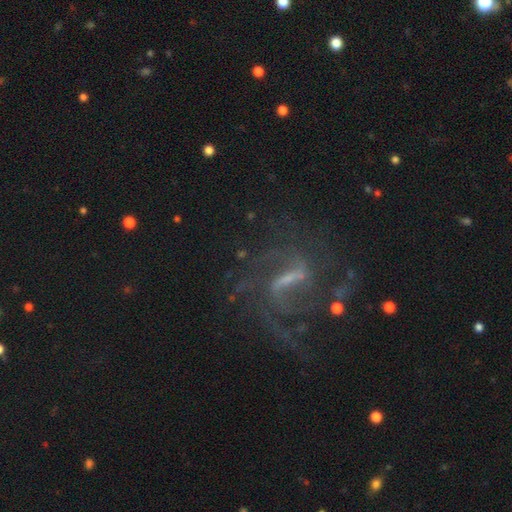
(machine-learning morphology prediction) featured or disk 77%, star or artifact 15%, smooth 7%. Down the decision tree: edge-on disk — no (92%); bar — strong (51%); spiral arms — yes (90%); spiral arm count — 2 (37%); spiral winding — medium (45%); bulge size — small (40%); merging — none (61%).